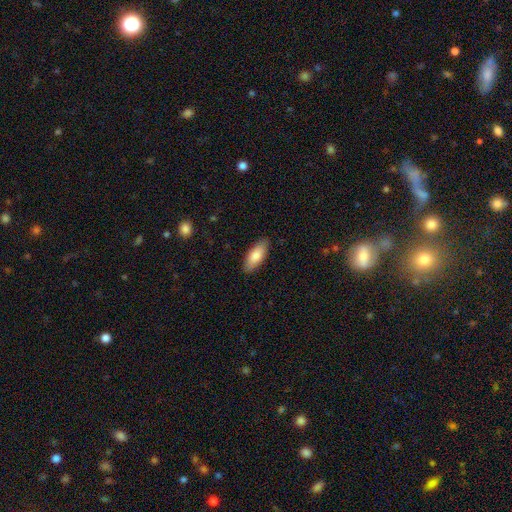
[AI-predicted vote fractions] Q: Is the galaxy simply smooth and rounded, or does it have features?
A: smooth — 82%.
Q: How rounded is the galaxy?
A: in between — 78%.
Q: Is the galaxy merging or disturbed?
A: none — 87%.